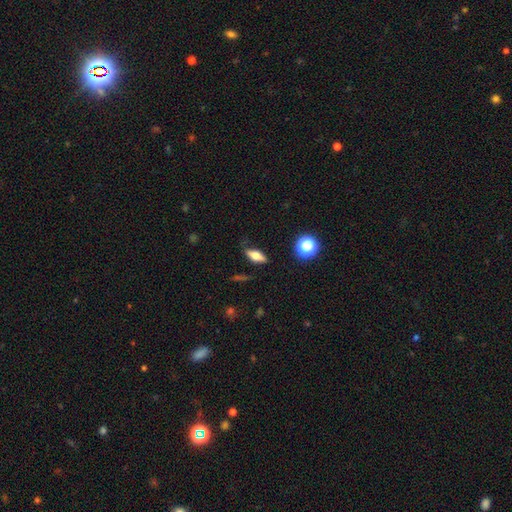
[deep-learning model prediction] This is possibly a smooth galaxy (56%). How rounded: likely in between (66%). Merging: likely none (80%).